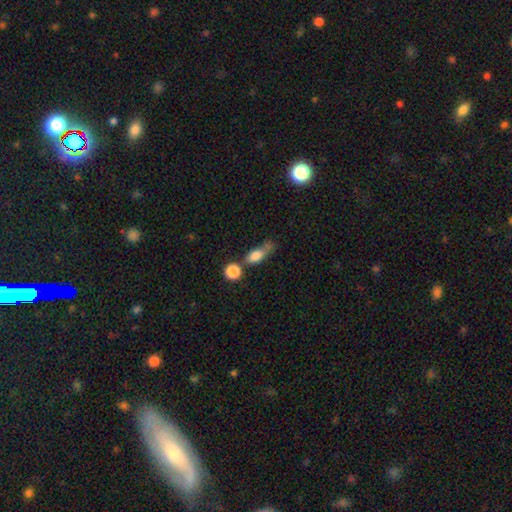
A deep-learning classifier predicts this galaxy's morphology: The model was most divided on "merging": none: 35%, merger: 27%, minor disturbance: 23%, major disturbance: 15%. More confident: smooth or featured — smooth (76%); how rounded — in between (65%).